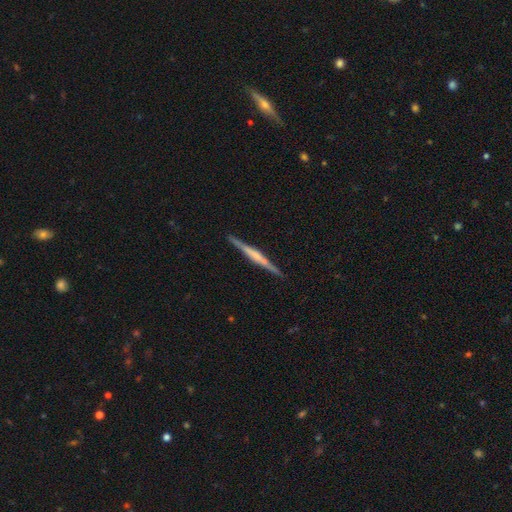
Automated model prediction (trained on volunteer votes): smooth_or_featured: featured or disk (p=0.72) [alt: smooth p=0.23]
disk_edge_on: yes (p=0.98) [alt: no p=0.02]
edge_on_bulge: rounded (p=0.39) [alt: none p=0.33]
merging: none (p=0.91) [alt: minor disturbance p=0.07]